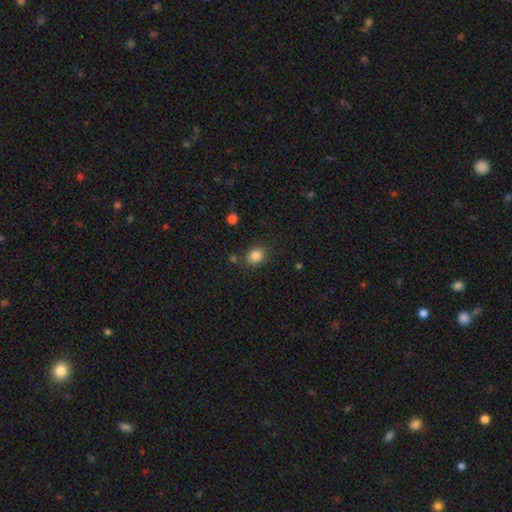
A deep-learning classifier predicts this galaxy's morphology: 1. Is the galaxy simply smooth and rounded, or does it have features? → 84% smooth, 10% star or artifact, 6% featured or disk.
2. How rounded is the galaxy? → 50% round, 49% in between, 1% cigar-shaped.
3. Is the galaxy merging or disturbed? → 78% none, 13% minor disturbance, 5% merger, 4% major disturbance.